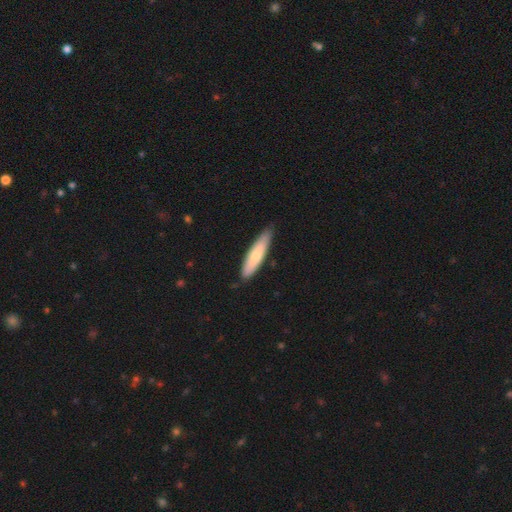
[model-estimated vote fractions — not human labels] The model was most divided on "smooth or featured": smooth: 70%, featured or disk: 25%, star or artifact: 5%. More confident: merging — none (79%); how rounded — cigar-shaped (74%).